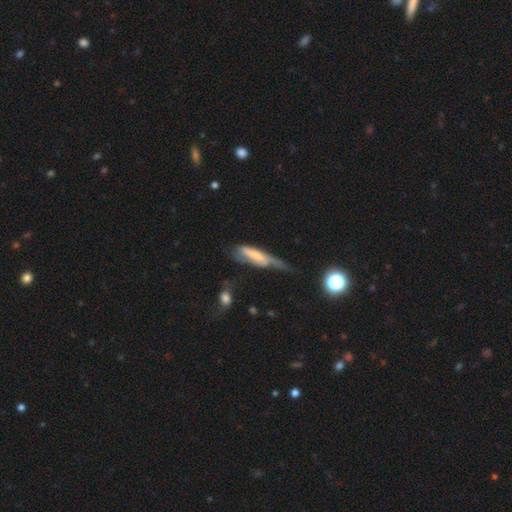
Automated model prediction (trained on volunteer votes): Smooth or featured? smooth (54%)
How rounded? cigar-shaped (56%)
Merging? major disturbance (43%)